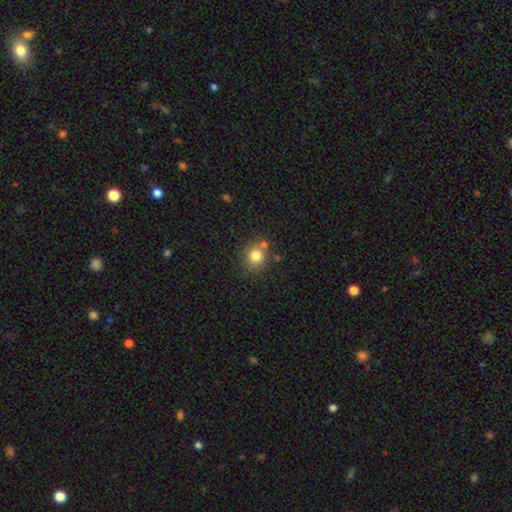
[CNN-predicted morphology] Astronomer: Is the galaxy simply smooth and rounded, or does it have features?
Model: smooth — 80%.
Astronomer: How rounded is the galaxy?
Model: round — 81%.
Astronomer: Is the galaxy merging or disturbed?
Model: none — 70%.